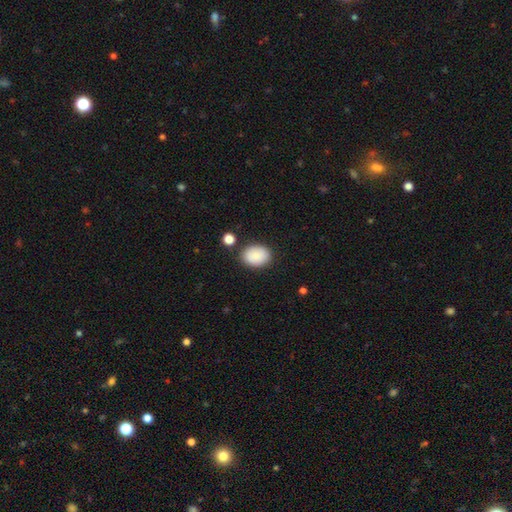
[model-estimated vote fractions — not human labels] Smooth or featured? smooth (88%)
How rounded? in between (73%)
Merging? none (82%)